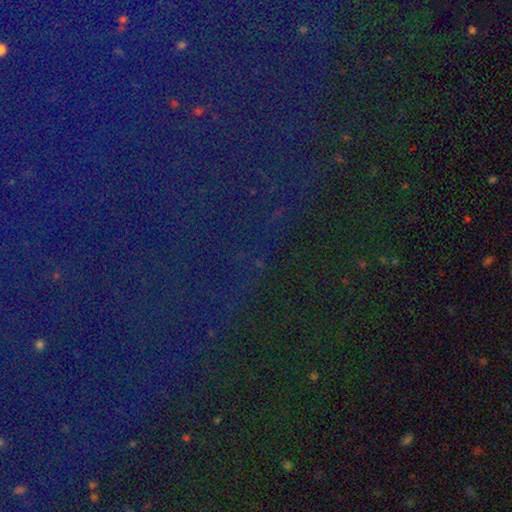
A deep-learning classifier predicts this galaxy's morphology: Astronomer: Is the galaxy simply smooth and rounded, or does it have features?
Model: star or artifact — 82%.